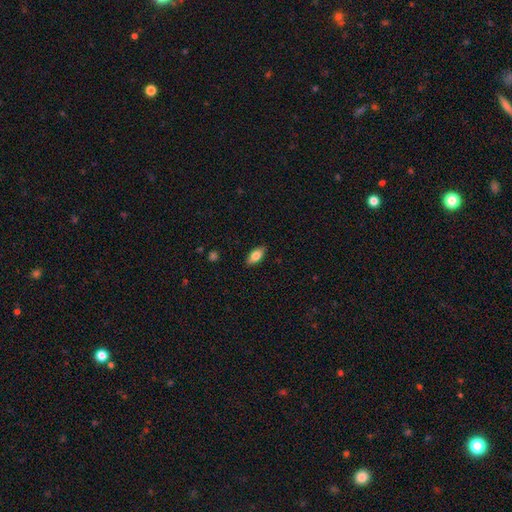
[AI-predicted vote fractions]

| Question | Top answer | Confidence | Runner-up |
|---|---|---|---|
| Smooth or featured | smooth | 76% | featured or disk (17%) |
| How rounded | in between | 86% | cigar-shaped (11%) |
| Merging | none | 88% | minor disturbance (9%) |